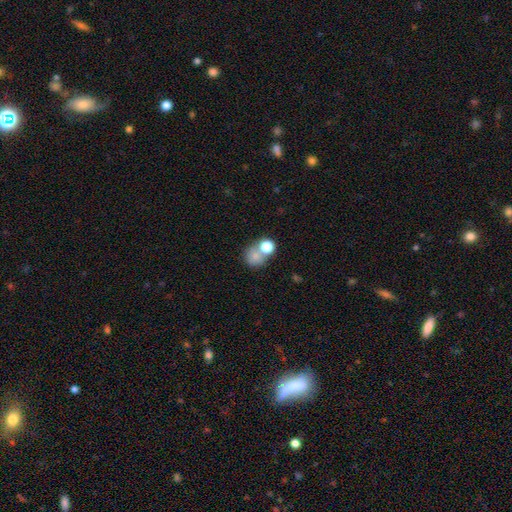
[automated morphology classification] Smooth or featured: smooth — 75% (star or artifact — 13%)
How rounded: round — 76% (in between — 23%)
Merging: merger — 43% (none — 41%)